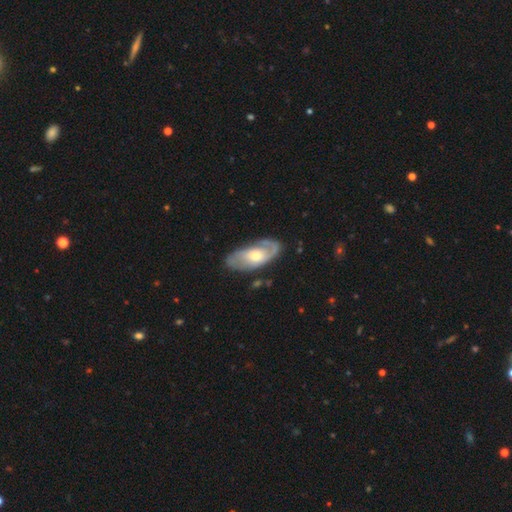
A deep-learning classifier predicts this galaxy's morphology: This appears to be a featured or disk galaxy (71%) with no bar (69%), 2 (58%) tight (41%) spiral arms (83%) and a moderate central bulge (59%). Merging: none (71%).